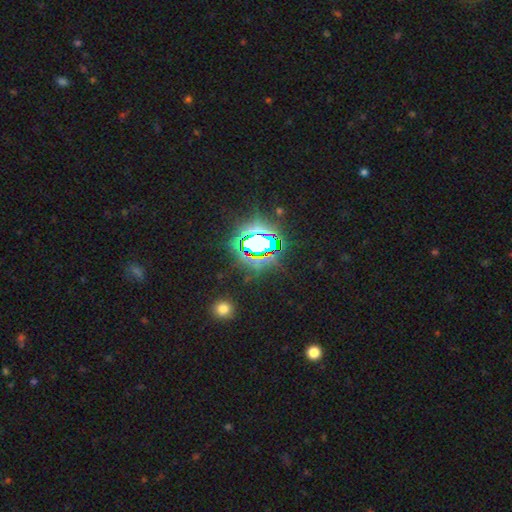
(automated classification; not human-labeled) The model was most divided on "smooth or featured": star or artifact: 78%, smooth: 13%, featured or disk: 9%.